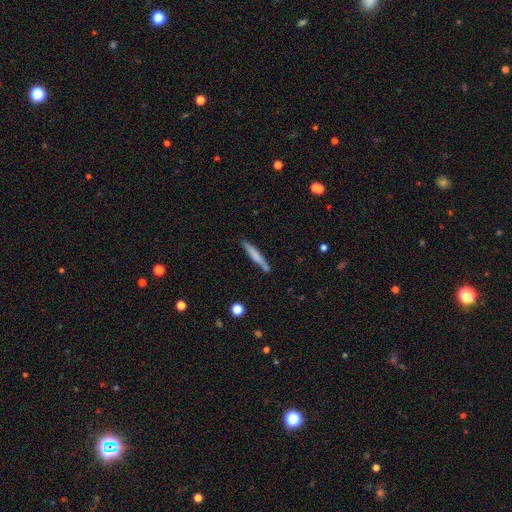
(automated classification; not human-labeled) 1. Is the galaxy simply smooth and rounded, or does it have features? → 67% smooth, 27% featured or disk, 6% star or artifact.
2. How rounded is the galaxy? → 94% cigar-shaped, 5% in between, 1% round.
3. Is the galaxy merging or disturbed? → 79% none, 13% minor disturbance, 5% merger, 3% major disturbance.